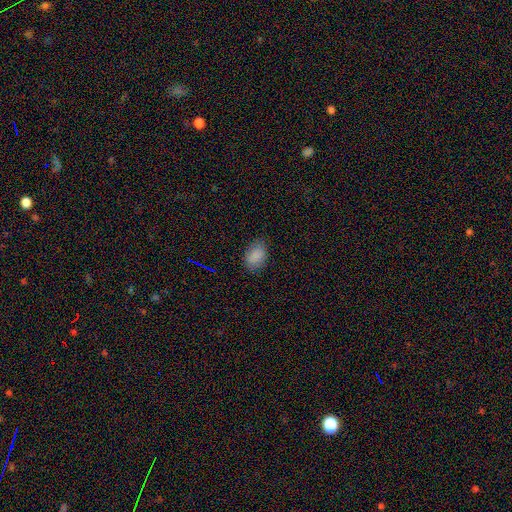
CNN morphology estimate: Smooth or featured? Predicted: smooth (p=0.86). How rounded? Predicted: in between (p=0.88). Merging? Predicted: none (p=0.80).